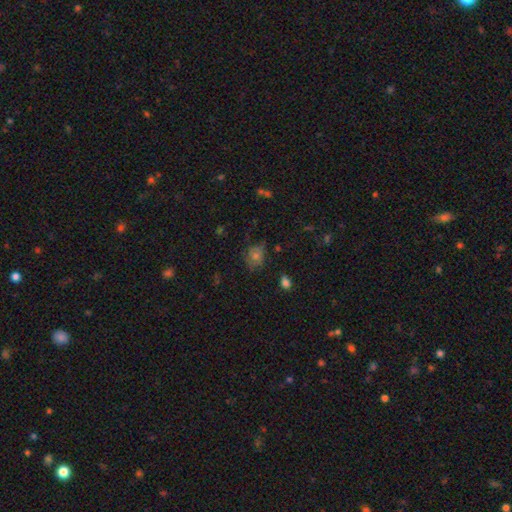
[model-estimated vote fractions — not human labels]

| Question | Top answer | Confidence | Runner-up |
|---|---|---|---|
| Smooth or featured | smooth | 59% | star or artifact (26%) |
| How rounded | round | 63% | in between (36%) |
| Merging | none | 68% | minor disturbance (21%) |